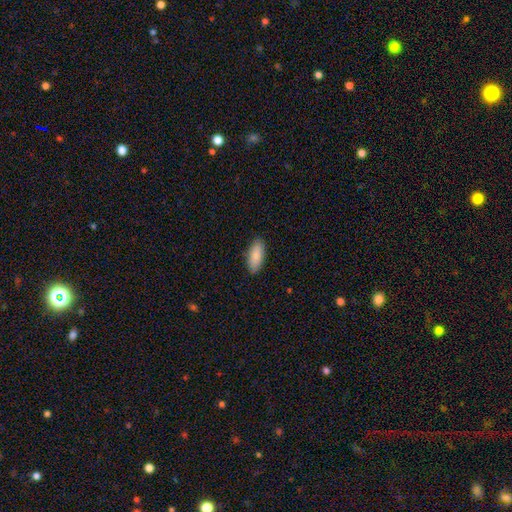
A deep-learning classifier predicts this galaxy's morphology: smooth-or-featured: smooth: 86% | featured or disk: 8% | star or artifact: 6%
  how-rounded: in between: 85% | cigar-shaped: 14% | round: 2%
  merging: none: 88% | minor disturbance: 9% | major disturbance: 2% | merger: 1%